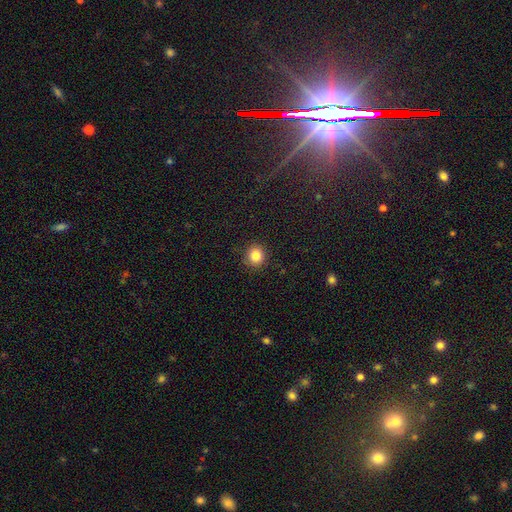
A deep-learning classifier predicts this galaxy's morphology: Smooth or featured: smooth — 84% (star or artifact — 11%)
How rounded: round — 88% (in between — 11%)
Merging: none — 90% (minor disturbance — 6%)